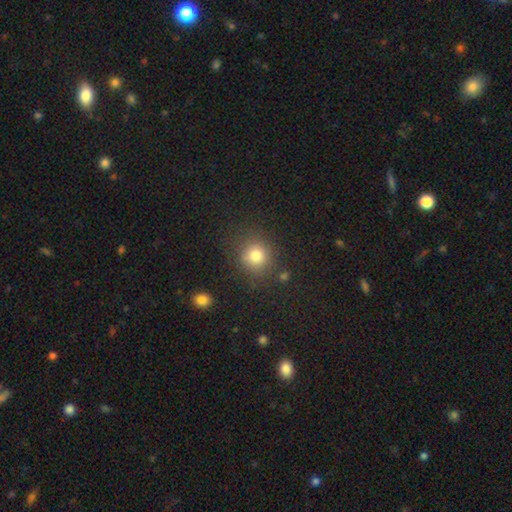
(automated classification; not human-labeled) smooth 80%, star or artifact 14%, featured or disk 6%. Down the decision tree: how rounded — round (85%); merging — none (82%).